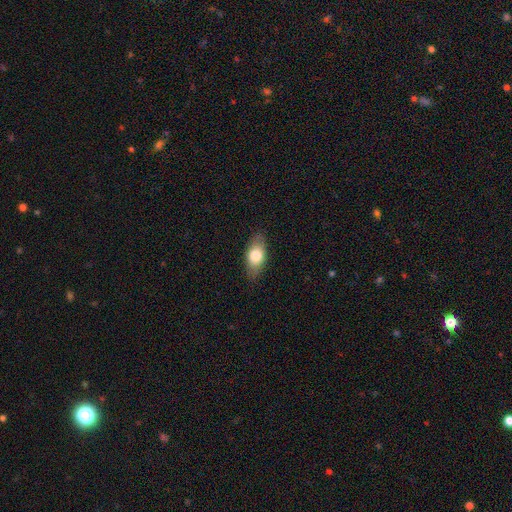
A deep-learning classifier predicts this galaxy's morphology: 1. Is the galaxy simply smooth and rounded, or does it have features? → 74% smooth, 19% featured or disk, 7% star or artifact.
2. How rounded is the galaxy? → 87% in between, 7% cigar-shaped, 6% round.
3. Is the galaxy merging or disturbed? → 84% none, 12% minor disturbance, 3% major disturbance, 1% merger.